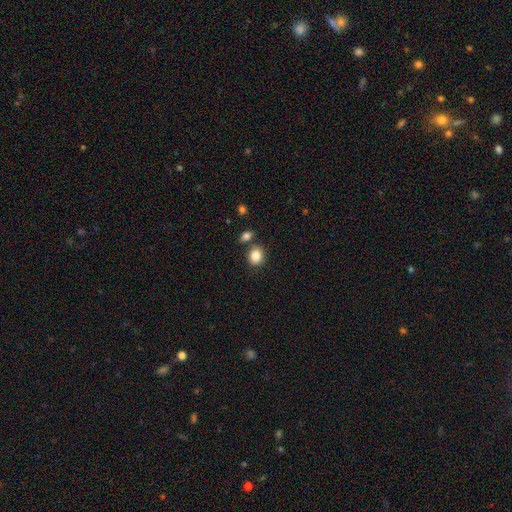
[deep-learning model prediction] Smooth or featured? Predicted: smooth (p=0.85). How rounded? Predicted: round (p=0.70). Merging? Predicted: none (p=0.72).